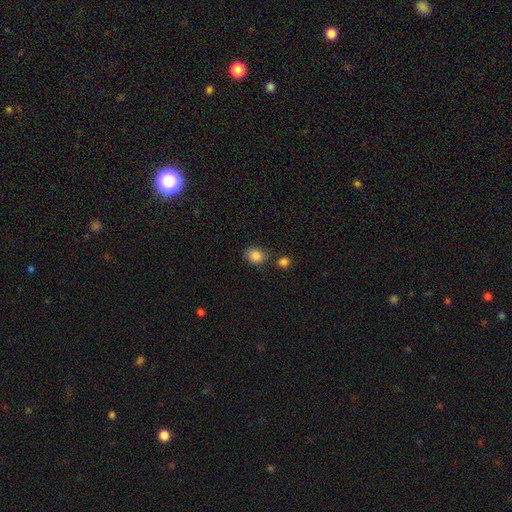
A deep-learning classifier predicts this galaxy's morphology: Smooth or featured? Predicted: smooth (p=0.87). How rounded? Predicted: round (p=0.66). Merging? Predicted: none (p=0.70).